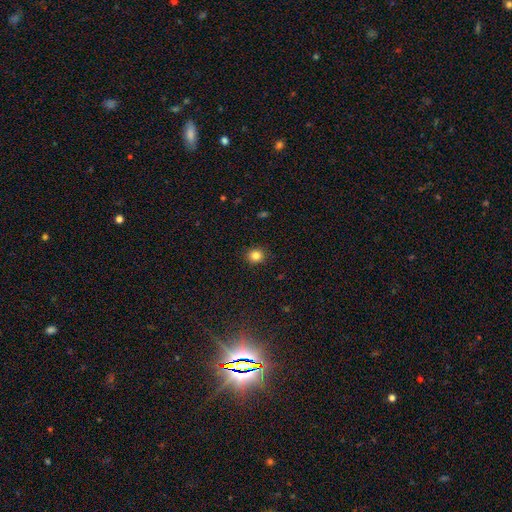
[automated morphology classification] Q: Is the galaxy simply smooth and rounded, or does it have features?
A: smooth — 83%.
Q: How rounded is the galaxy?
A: round — 85%.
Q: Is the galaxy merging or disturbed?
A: none — 91%.